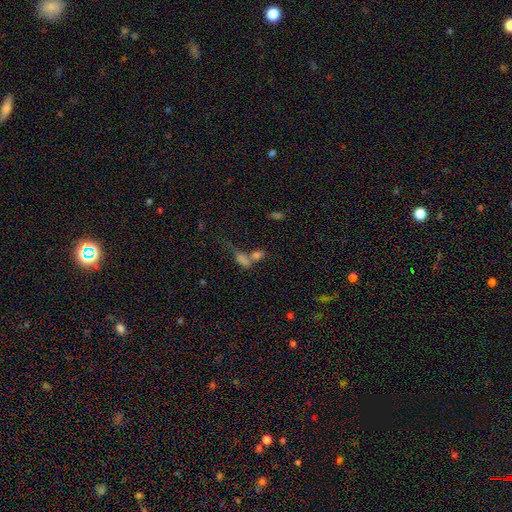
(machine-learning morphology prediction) Smooth or featured?
  - smooth: 58% *
  - star or artifact: 22%
  - featured or disk: 20%
How rounded?
  - in between: 65% *
  - cigar-shaped: 20%
  - round: 15%
Merging?
  - merger: 57% *
  - none: 22%
  - major disturbance: 12%
  - minor disturbance: 9%